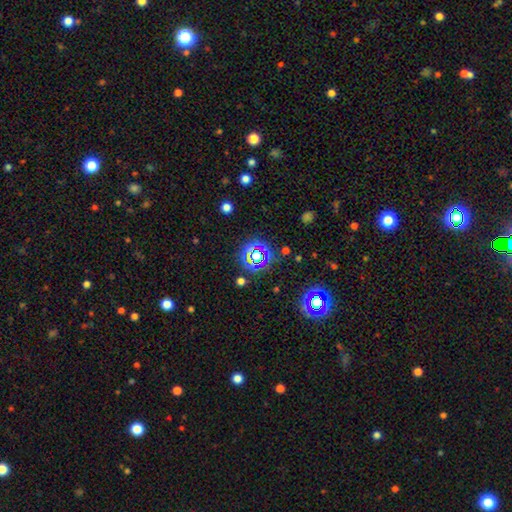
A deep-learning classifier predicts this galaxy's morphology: Smooth or featured? Predicted: star or artifact (p=0.65).